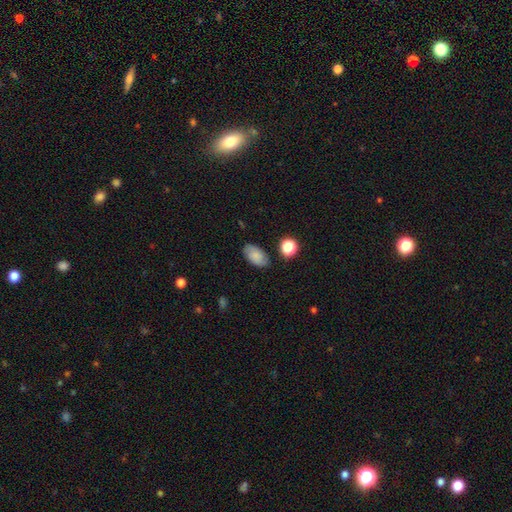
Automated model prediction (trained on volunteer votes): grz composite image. It shows a smooth galaxy with no disk features (75%) that is in between round and cigar-shaped (92%). Merging: none (82%).